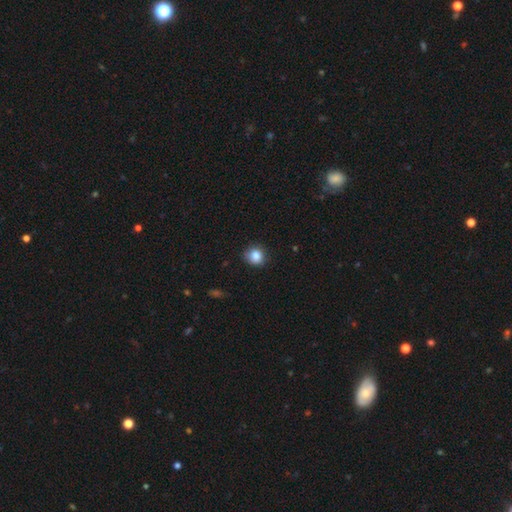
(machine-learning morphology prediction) Smooth or featured? smooth (85%)
How rounded? round (82%)
Merging? none (82%)